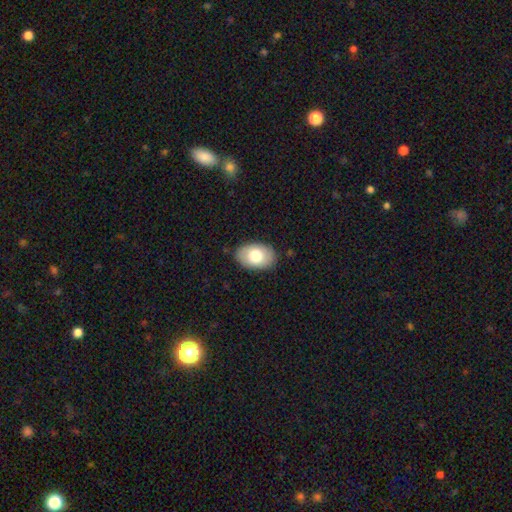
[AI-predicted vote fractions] Overall: smooth (76%). How rounded: in between (89%). Merging: none (86%).